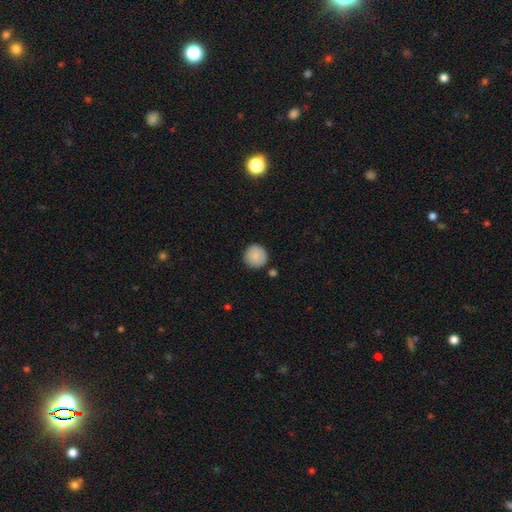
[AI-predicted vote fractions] smooth 87%, star or artifact 7%, featured or disk 6%. Down the decision tree: how rounded — round (95%); merging — none (87%).